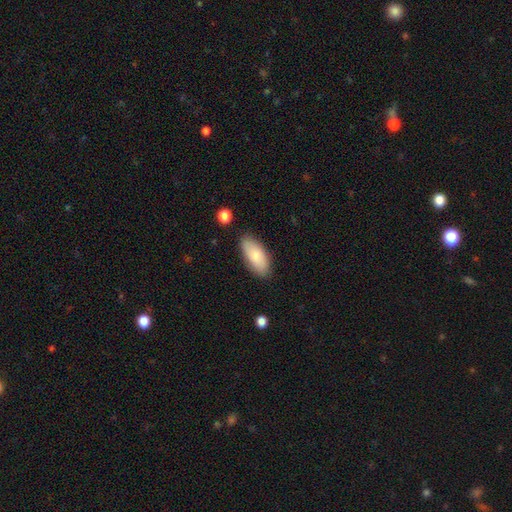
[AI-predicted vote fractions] This appears to be a smooth galaxy with no disk features (82%) that is in between round and cigar-shaped (87%). Merging: none (83%).